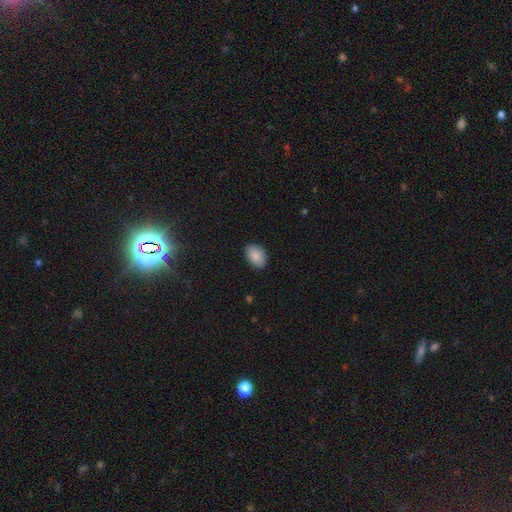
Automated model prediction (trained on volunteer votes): smooth-or-featured: smooth: 89% | star or artifact: 7% | featured or disk: 4%
  how-rounded: in between: 83% | round: 16% | cigar-shaped: 1%
  merging: none: 86% | minor disturbance: 11% | major disturbance: 2% | merger: 1%